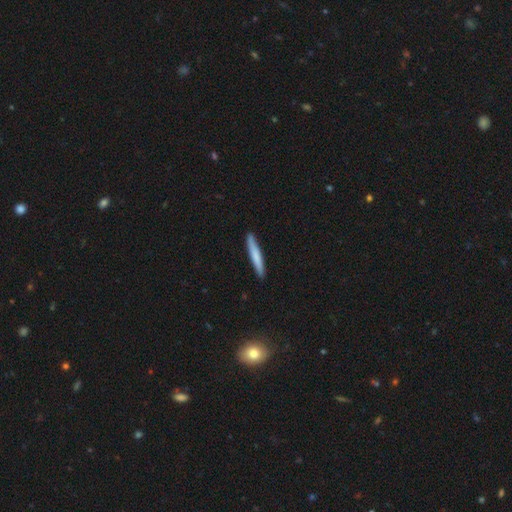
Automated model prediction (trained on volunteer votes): Overall: smooth (71%). How rounded: cigar-shaped (95%). Merging: none (89%).